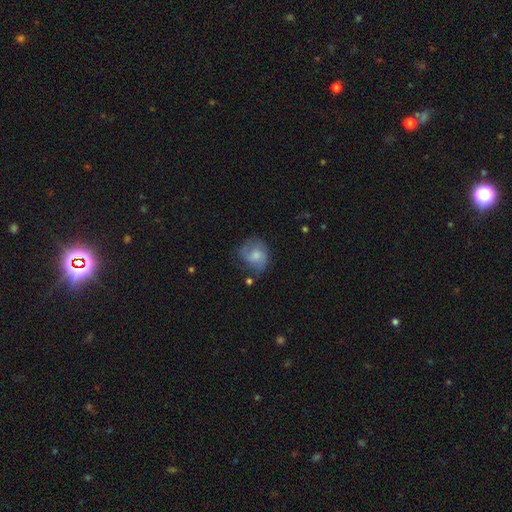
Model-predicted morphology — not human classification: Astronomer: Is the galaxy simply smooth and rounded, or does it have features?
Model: smooth — 55% (runner-up: featured or disk, 37%).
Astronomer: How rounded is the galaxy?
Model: round — 64%.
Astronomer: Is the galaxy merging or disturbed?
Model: none — 49% (runner-up: minor disturbance, 29%).